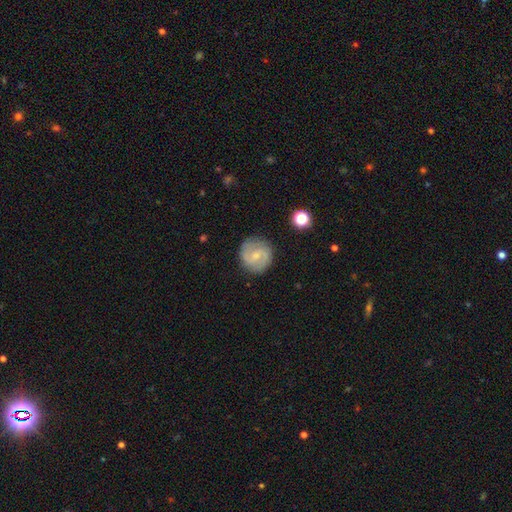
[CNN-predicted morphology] A featured or disk galaxy (65%) with a weak bar (54%), 2 (84%) medium (48%) spiral arms (91%) and a small central bulge (58%). Merging: none (83%).